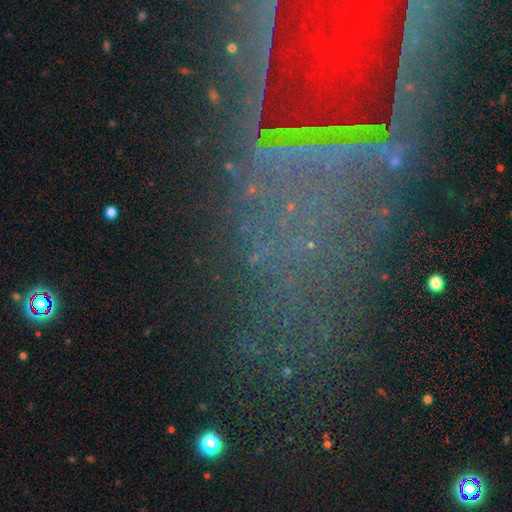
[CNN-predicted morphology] This appears to be a star or artifact, not a galaxy (63%).